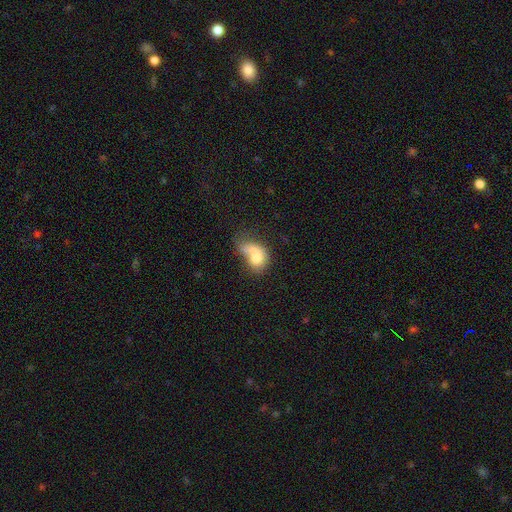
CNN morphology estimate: Overall: smooth (68%). How rounded: in between (67%; round 31%). Merging: merger (53%; major disturbance 17%).